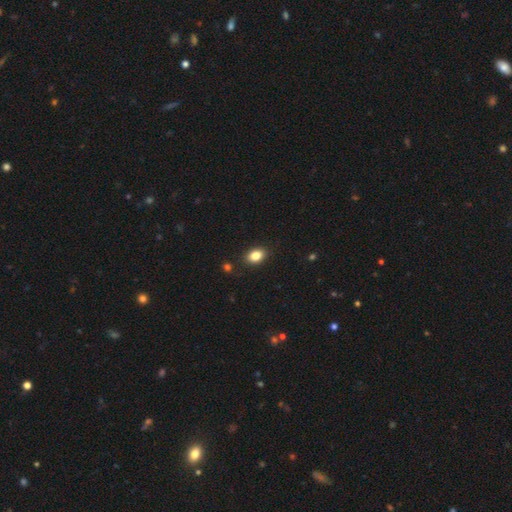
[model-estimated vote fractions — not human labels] This is clearly a smooth galaxy (84%). How rounded: likely in between (78%). Merging: clearly none (87%).